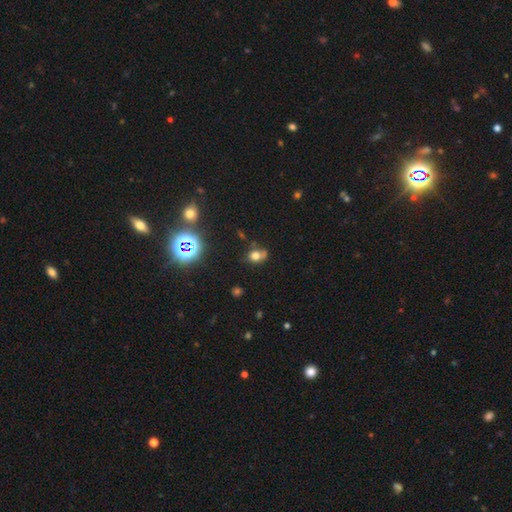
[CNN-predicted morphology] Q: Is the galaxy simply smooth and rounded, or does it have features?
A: smooth — 66%.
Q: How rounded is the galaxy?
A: round — 54%.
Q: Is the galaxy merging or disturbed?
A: none — 50%.